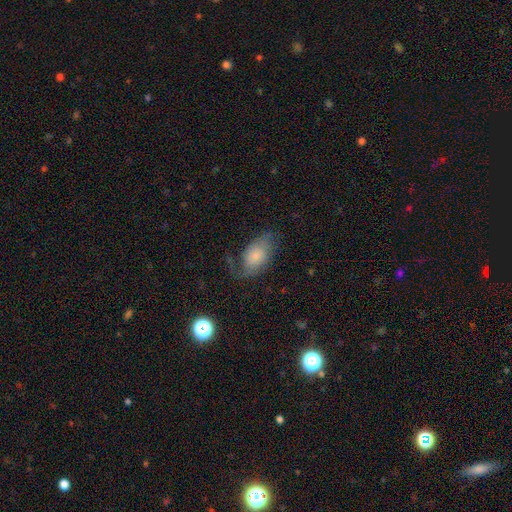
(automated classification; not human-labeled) smooth_or_featured: featured or disk (p=0.48) [alt: smooth p=0.44]
merging: none (p=0.50) [alt: minor disturbance p=0.25]